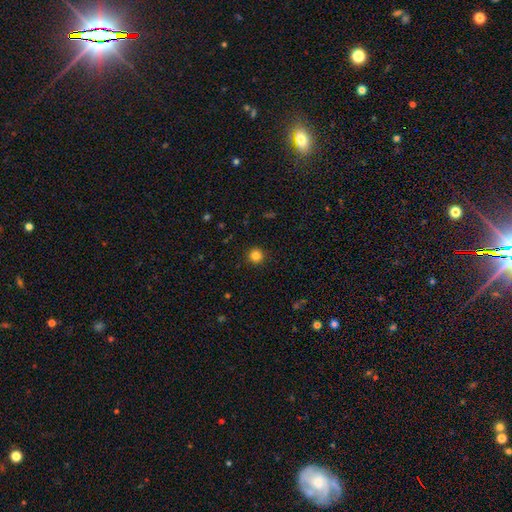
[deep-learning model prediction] The model was most divided on "smooth or featured": smooth: 84%, star or artifact: 12%, featured or disk: 4%. More confident: how rounded — round (95%); merging — none (92%).